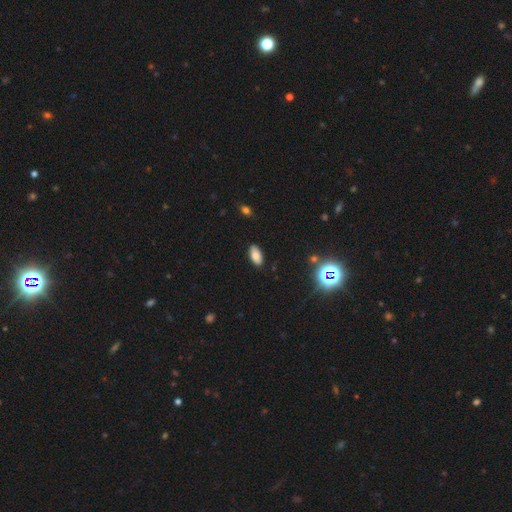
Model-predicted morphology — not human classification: smooth_or_featured: smooth (p=0.81) [alt: star or artifact p=0.11]
how_rounded: in between (p=0.93) [alt: cigar-shaped p=0.05]
merging: none (p=0.87) [alt: minor disturbance p=0.09]